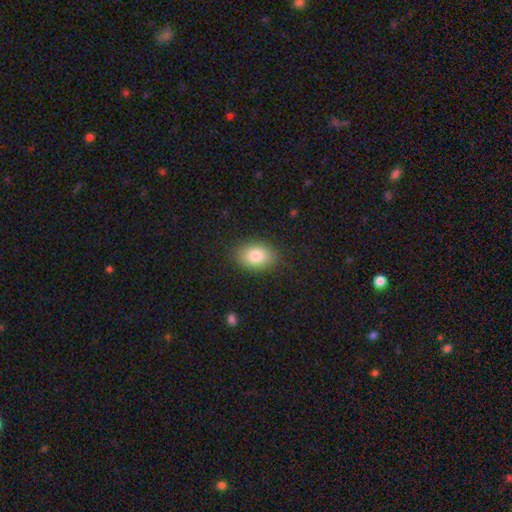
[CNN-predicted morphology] A smooth galaxy with no disk features (84%) that is in between round and cigar-shaped (79%). Merging: none (87%).